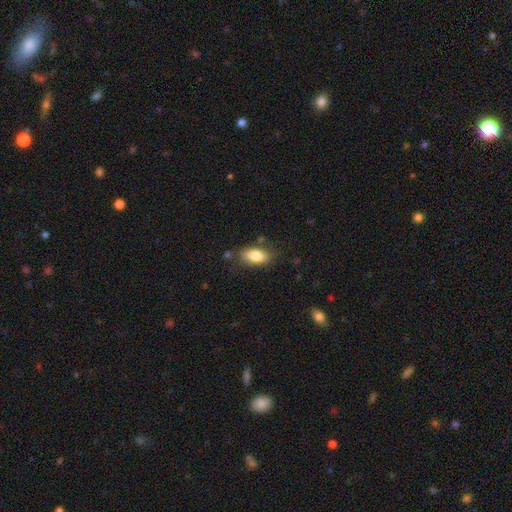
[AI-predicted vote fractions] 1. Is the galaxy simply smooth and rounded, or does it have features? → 82% smooth, 11% featured or disk, 7% star or artifact.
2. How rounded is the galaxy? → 90% in between, 5% round, 5% cigar-shaped.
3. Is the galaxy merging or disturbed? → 78% none, 15% minor disturbance, 4% major disturbance, 3% merger.